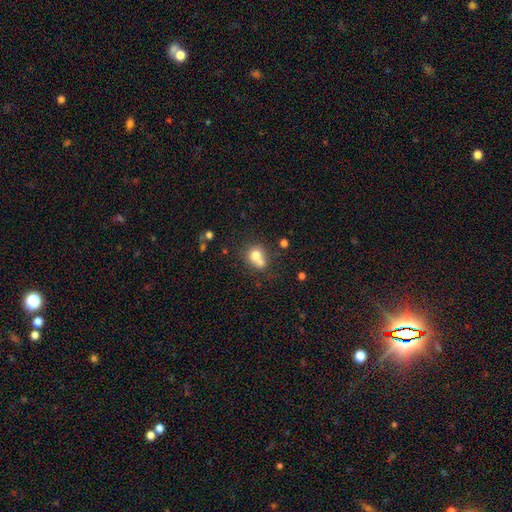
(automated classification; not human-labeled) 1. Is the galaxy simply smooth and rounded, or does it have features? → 73% smooth, 16% featured or disk, 12% star or artifact.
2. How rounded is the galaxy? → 79% round, 20% in between, 1% cigar-shaped.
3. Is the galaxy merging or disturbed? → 50% merger, 38% none, 8% minor disturbance, 4% major disturbance.